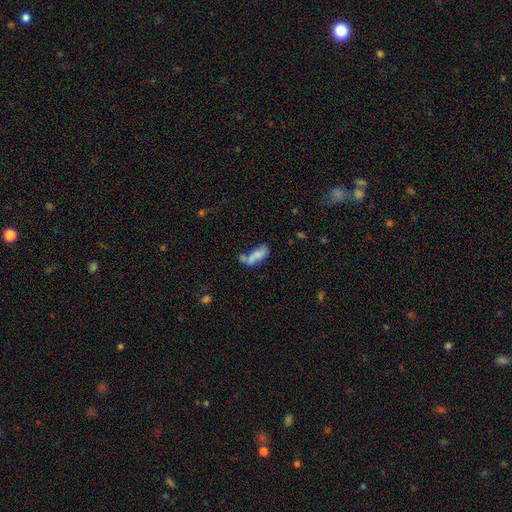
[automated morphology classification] Smooth or featured? smooth (67%)
How rounded? in between (76%)
Merging? merger (37%)